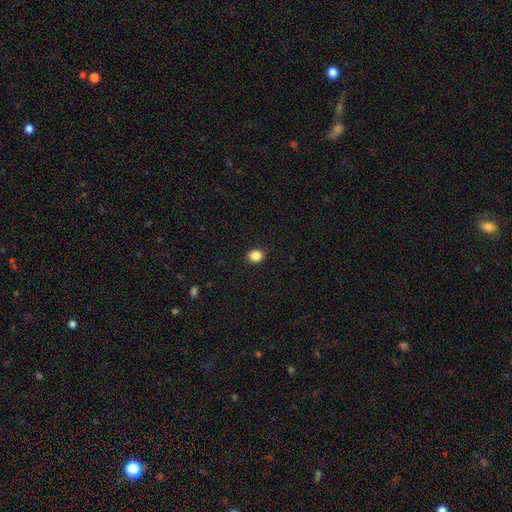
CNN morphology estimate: Smooth or featured?
  - smooth: 86% *
  - star or artifact: 10%
  - featured or disk: 4%
How rounded?
  - round: 59% *
  - in between: 40%
  - cigar-shaped: 1%
Merging?
  - none: 90% *
  - minor disturbance: 7%
  - major disturbance: 2%
  - merger: 1%